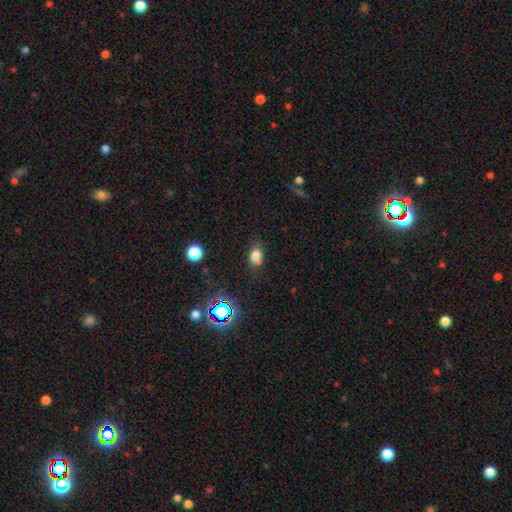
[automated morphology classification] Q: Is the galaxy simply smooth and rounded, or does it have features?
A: smooth — 76%.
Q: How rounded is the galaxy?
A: in between — 75%.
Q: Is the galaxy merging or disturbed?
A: none — 70%.